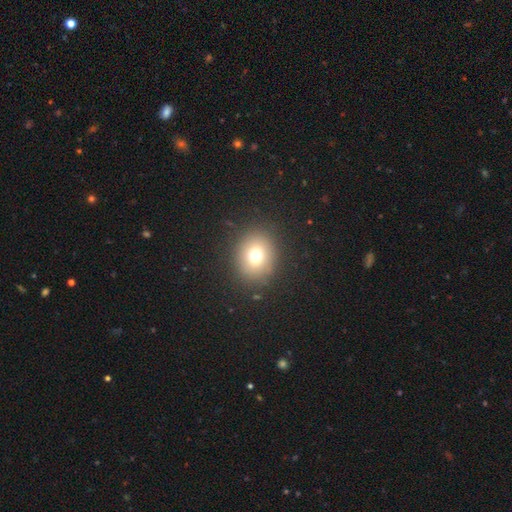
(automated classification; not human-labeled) smooth_or_featured: smooth (p=0.71) [alt: star or artifact p=0.16]
how_rounded: round (p=0.72) [alt: in between p=0.27]
merging: none (p=0.88) [alt: minor disturbance p=0.07]